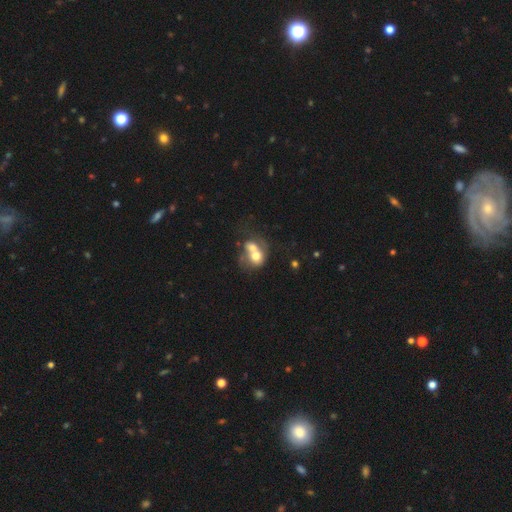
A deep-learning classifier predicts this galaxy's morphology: Smooth or featured: smooth — 57% (featured or disk — 34%)
How rounded: round — 55% (in between — 44%)
Merging: merger — 75% (none — 12%)